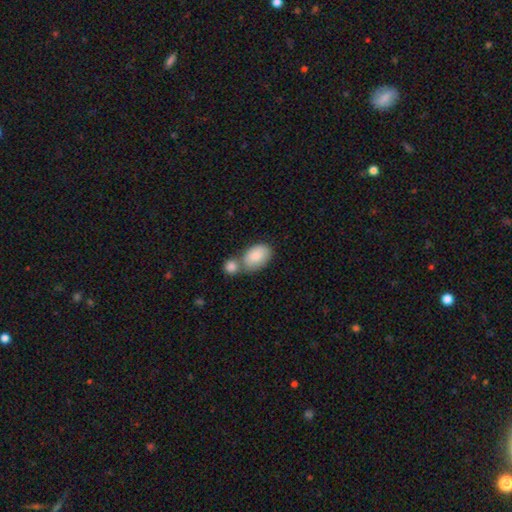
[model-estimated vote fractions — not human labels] smooth 86%, featured or disk 8%, star or artifact 6%. Down the decision tree: how rounded — in between (91%); merging — merger (42%).